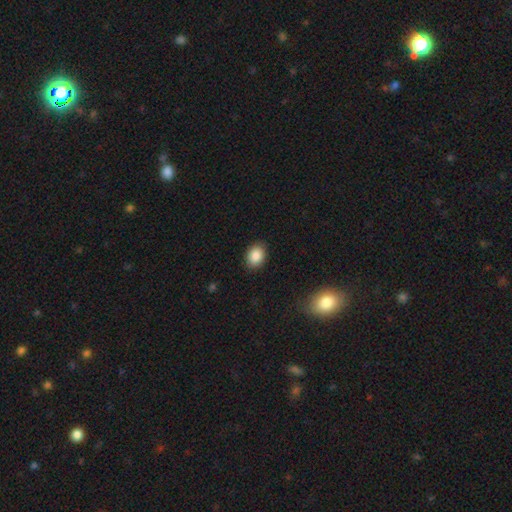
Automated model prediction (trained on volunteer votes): Smooth or featured? Predicted: smooth (p=0.88). How rounded? Predicted: in between (p=0.70). Merging? Predicted: none (p=0.88).